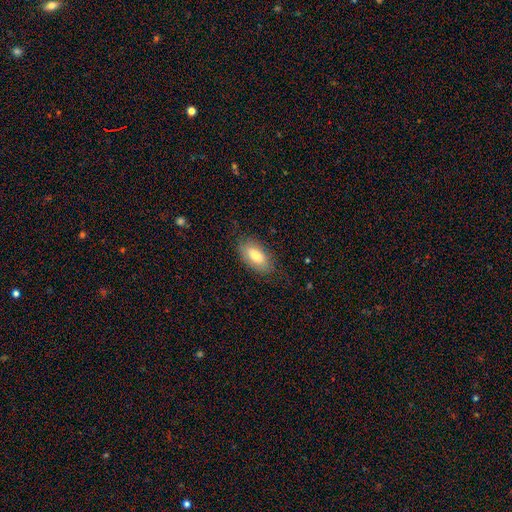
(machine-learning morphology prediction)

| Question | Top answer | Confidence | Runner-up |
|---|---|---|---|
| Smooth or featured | smooth | 76% | featured or disk (17%) |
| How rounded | in between | 91% | cigar-shaped (6%) |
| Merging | none | 79% | minor disturbance (15%) |